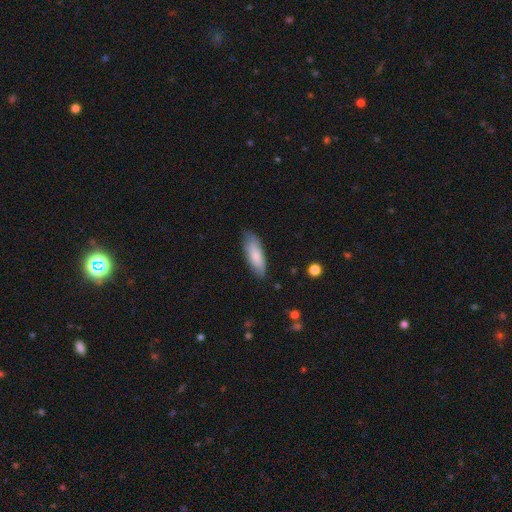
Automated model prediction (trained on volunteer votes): Smooth or featured? smooth (81%)
How rounded? in between (61%)
Merging? none (77%)